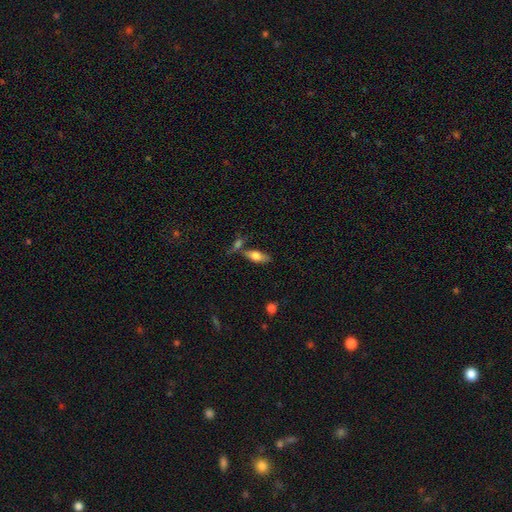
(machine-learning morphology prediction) Q: Smooth or featured?
A: smooth (68%); runner-up: featured or disk (25%)
Q: How rounded?
A: in between (76%); runner-up: cigar-shaped (21%)
Q: Merging?
A: none (56%); runner-up: merger (22%)